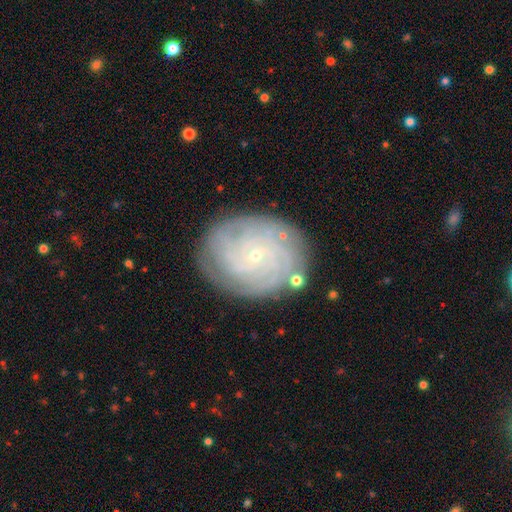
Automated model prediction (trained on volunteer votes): Smooth or featured? featured or disk (81%)
Edge-on disk? no (97%)
Bar? no (80%)
Spiral arms? yes (94%)
Spiral winding? tight (80%)
Spiral arm count? can't tell (32%)
Bulge size? small (89%)
Merging? none (82%)